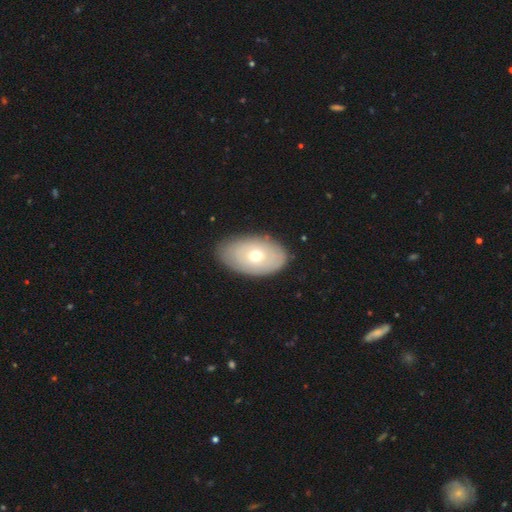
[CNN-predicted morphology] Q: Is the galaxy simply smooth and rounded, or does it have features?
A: smooth — 58%.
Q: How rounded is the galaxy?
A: in between — 90%.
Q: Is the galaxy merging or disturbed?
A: none — 81%.